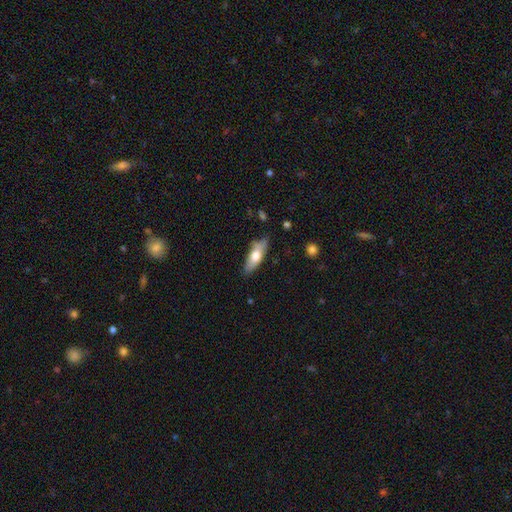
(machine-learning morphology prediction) smooth 63%, featured or disk 31%, star or artifact 6%. Down the decision tree: how rounded — in between (59%); merging — none (72%).